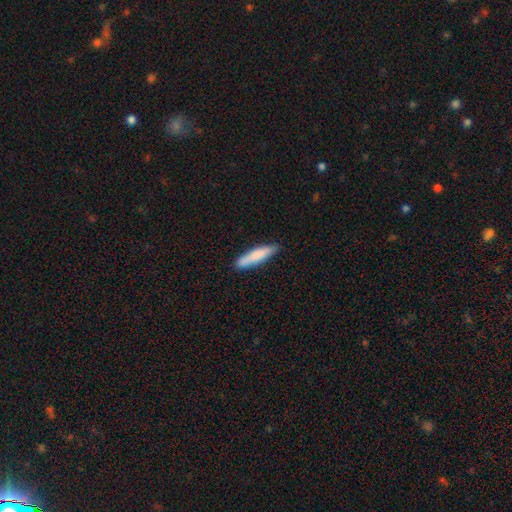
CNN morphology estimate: type=smooth (81%); roundness=cigar-shaped (83%); merging=none (85%).